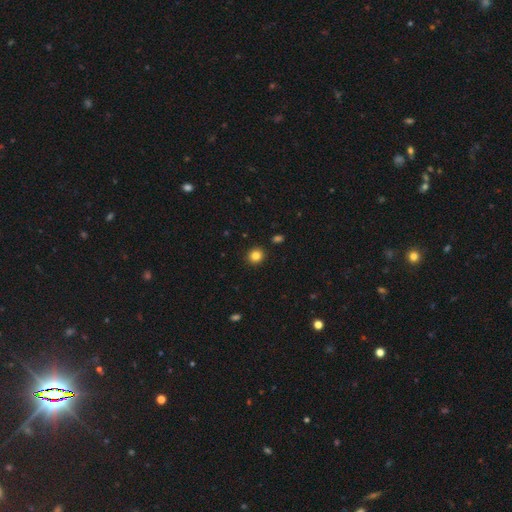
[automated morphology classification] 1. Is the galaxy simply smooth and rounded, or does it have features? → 84% smooth, 11% star or artifact, 5% featured or disk.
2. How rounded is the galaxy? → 87% round, 12% in between, 1% cigar-shaped.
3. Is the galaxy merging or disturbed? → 92% none, 5% minor disturbance, 2% major disturbance, 1% merger.